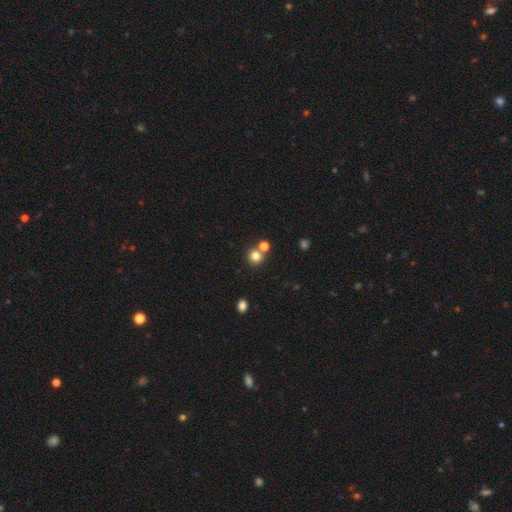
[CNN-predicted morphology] The model was most divided on "merging": none: 67%, merger: 24%, minor disturbance: 7%, major disturbance: 3%. More confident: how rounded — round (91%); smooth or featured — smooth (79%).